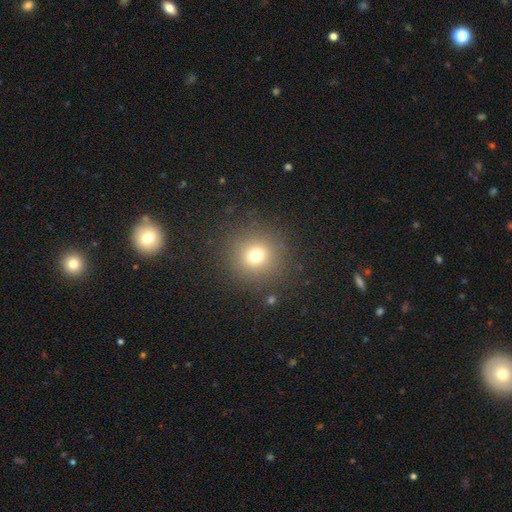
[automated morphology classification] Overall: smooth (73%). How rounded: round (92%). Merging: none (88%).